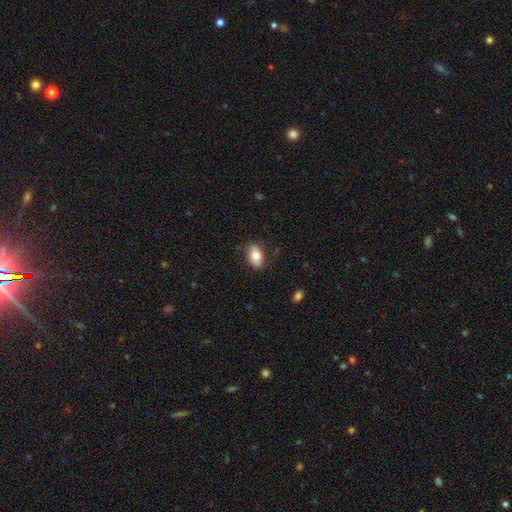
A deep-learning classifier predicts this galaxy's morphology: A smooth galaxy with no disk features (76%) that is in between round and cigar-shaped (89%). Merging: none (82%).